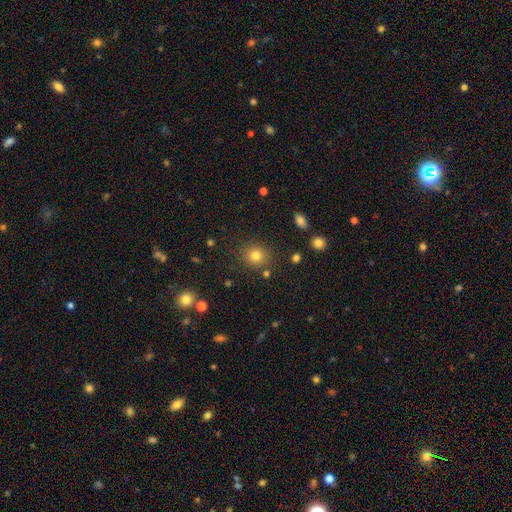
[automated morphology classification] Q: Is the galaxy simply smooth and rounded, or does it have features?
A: smooth — 79%.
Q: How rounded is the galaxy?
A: round — 86%.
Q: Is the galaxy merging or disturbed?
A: none — 85%.